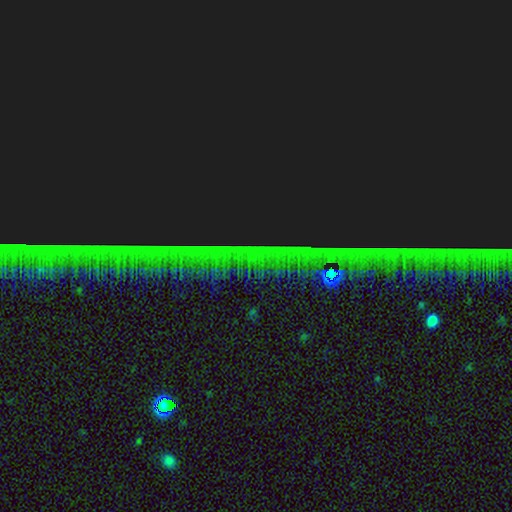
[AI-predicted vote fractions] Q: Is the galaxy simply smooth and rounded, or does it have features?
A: star or artifact — 87%.